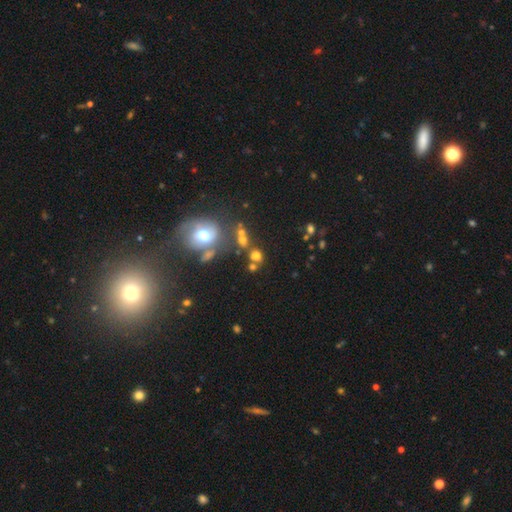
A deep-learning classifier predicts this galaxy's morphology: This is likely a smooth galaxy (65%). How rounded: likely round (67%). Merging: possibly none (51%).